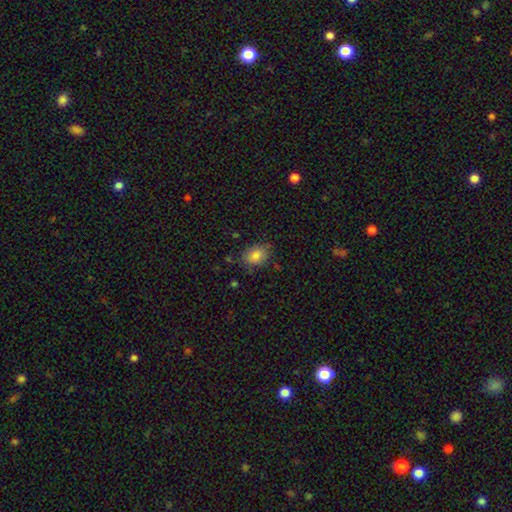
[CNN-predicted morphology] smooth-or-featured: smooth: 82% | star or artifact: 9% | featured or disk: 9%
  how-rounded: in between: 66% | round: 33% | cigar-shaped: 1%
  merging: none: 77% | minor disturbance: 18% | major disturbance: 4% | merger: 2%